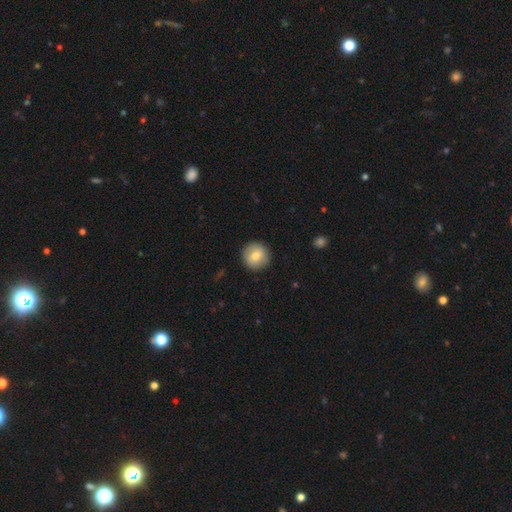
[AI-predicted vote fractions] Q: Smooth or featured?
A: smooth (78%); runner-up: featured or disk (14%)
Q: How rounded?
A: round (94%); runner-up: in between (5%)
Q: Merging?
A: none (91%); runner-up: minor disturbance (6%)